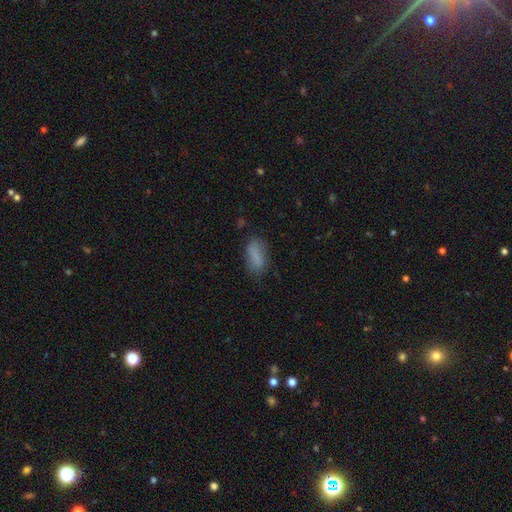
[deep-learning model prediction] This appears to be a smooth galaxy with no disk features (79%) that is in between round and cigar-shaped (78%). Merging: none (68%).